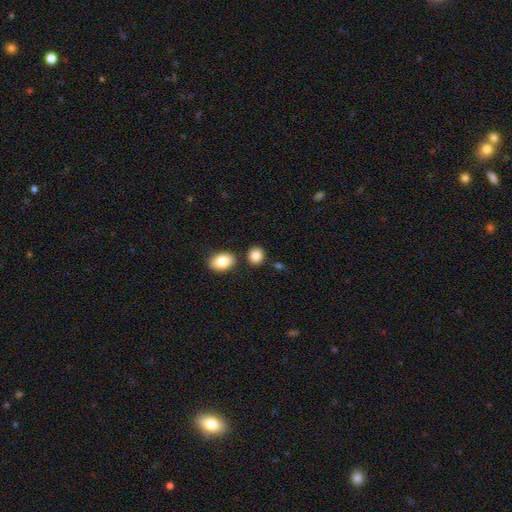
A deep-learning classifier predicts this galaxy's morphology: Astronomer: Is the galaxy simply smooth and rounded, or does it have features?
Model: smooth — 86%.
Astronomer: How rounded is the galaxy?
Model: round — 69%.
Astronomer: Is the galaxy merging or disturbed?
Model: none — 80%.